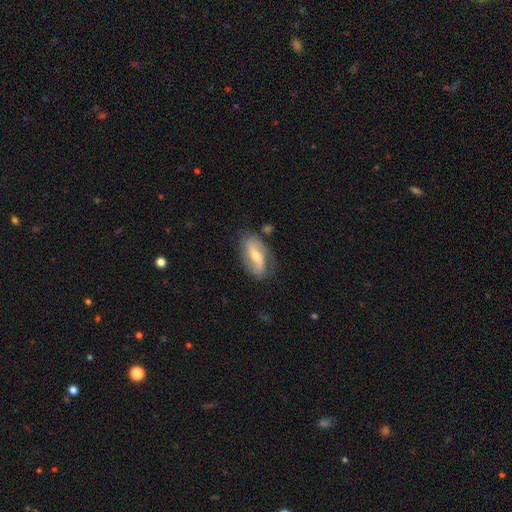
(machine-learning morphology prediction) smooth-or-featured: featured or disk: 70% | smooth: 24% | star or artifact: 6%
  disk-edge-on: no: 90% | yes: 10%
    bar: strong: 37% | weak: 34% | no: 29%
    has-spiral-arms: yes: 85% | no: 15%
      spiral-winding: loose: 52% | medium: 31% | tight: 17%
      spiral-arm-count: 2: 84% | can't tell: 8% | 1: 5% | 3: 1% | 4: 1% | more than 4: 1%
    bulge-size: moderate: 59% | small: 36% | large: 3% | none: 1% | dominant: 1%
  merging: none: 72% | minor disturbance: 19% | major disturbance: 6% | merger: 2%